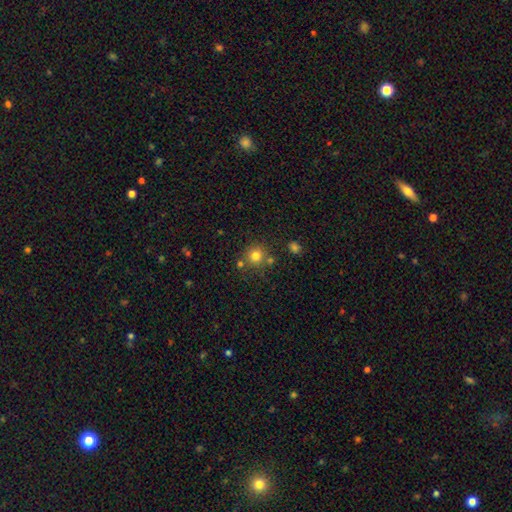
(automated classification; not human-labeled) Smooth or featured? smooth (78%)
How rounded? round (91%)
Merging? none (75%)